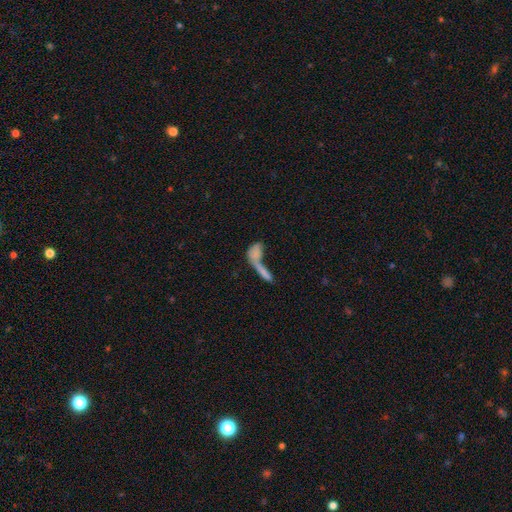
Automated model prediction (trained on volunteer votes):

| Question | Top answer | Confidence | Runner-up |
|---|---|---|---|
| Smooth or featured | smooth | 67% | featured or disk (23%) |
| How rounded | in between | 53% | cigar-shaped (35%) |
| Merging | merger | 55% | none (22%) |